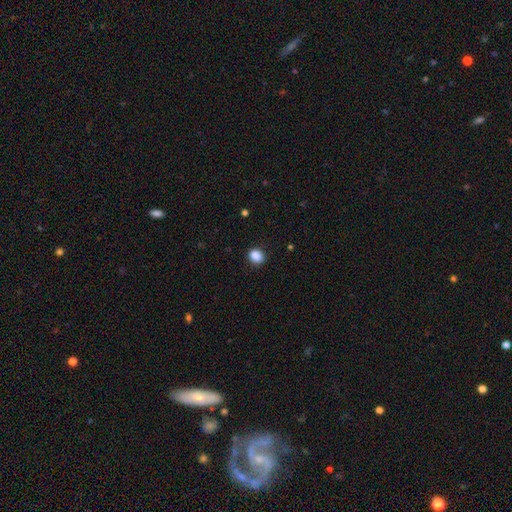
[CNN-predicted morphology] Overall: smooth (87%). How rounded: round (56%; in between 43%). Merging: none (88%).